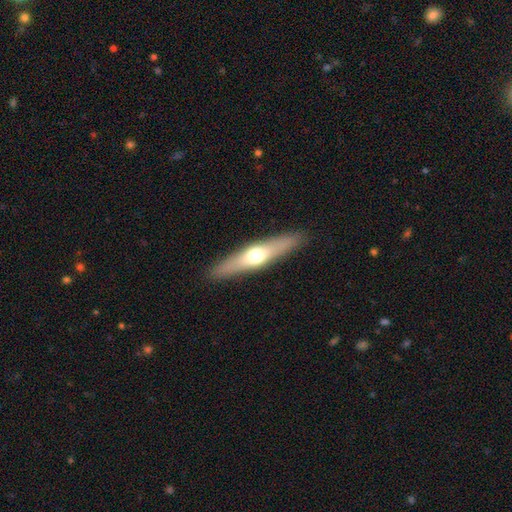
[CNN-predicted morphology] This appears to be a featured or disk galaxy (50%). Merging: none (90%).